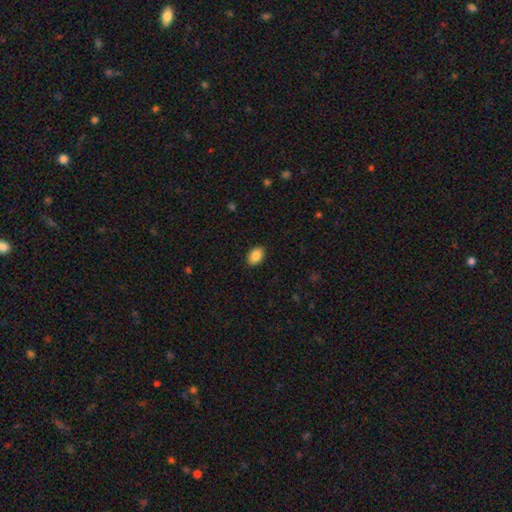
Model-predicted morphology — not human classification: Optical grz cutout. It shows a smooth galaxy with no disk features (87%) that is in between round and cigar-shaped (82%). Merging: none (90%).